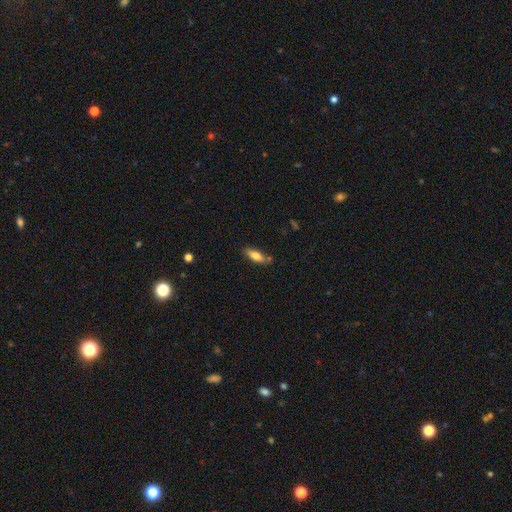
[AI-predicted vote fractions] Overall: smooth (76%). How rounded: in between (58%; cigar-shaped 40%). Merging: none (72%).